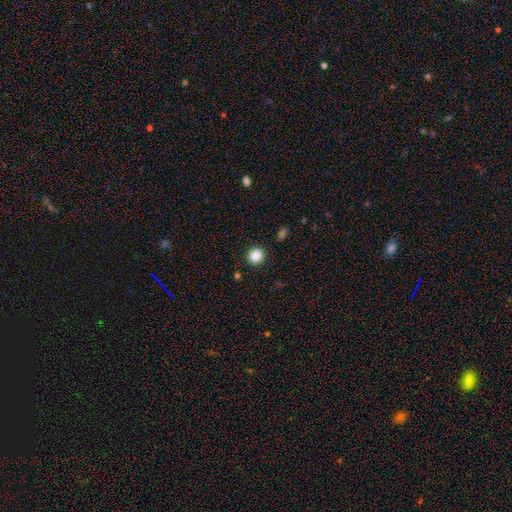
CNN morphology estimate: A smooth galaxy with no disk features (86%) that is round (88%).

Vote fractions:
- Smooth or featured? smooth: 86% / star or artifact: 10% / featured or disk: 4%
- How rounded? round: 88% / in between: 11% / cigar-shaped: 1%
- Merging? none: 91% / minor disturbance: 5% / major disturbance: 2% / merger: 1%